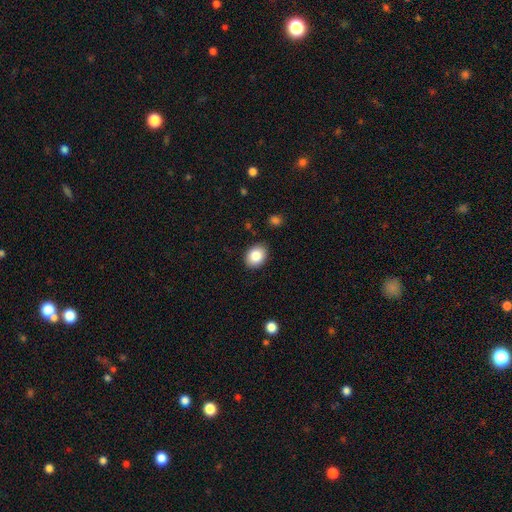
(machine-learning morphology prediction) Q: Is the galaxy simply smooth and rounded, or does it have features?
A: smooth — 85%.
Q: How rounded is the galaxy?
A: in between — 62%.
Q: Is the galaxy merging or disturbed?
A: none — 87%.